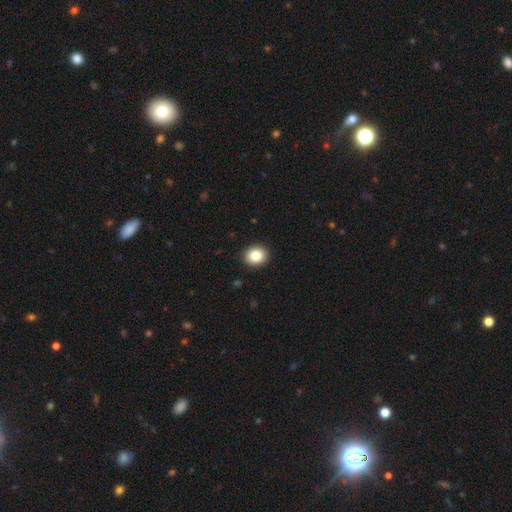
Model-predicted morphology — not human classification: smooth 85%, star or artifact 9%, featured or disk 6%. Down the decision tree: how rounded — round (72%); merging — none (92%).